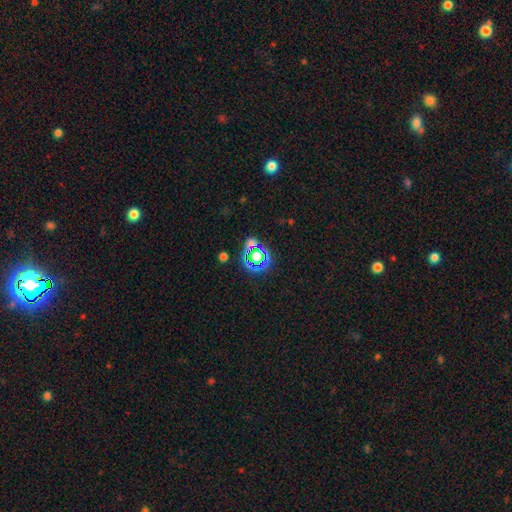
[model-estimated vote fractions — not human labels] A star or artifact, not a galaxy (50%).